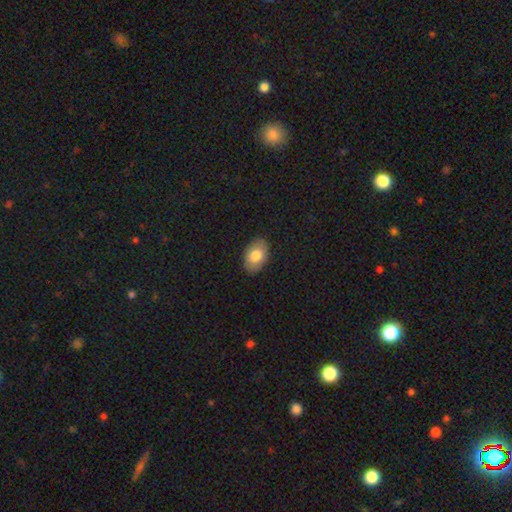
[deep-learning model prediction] Smooth or featured? smooth (78%)
How rounded? in between (89%)
Merging? none (88%)